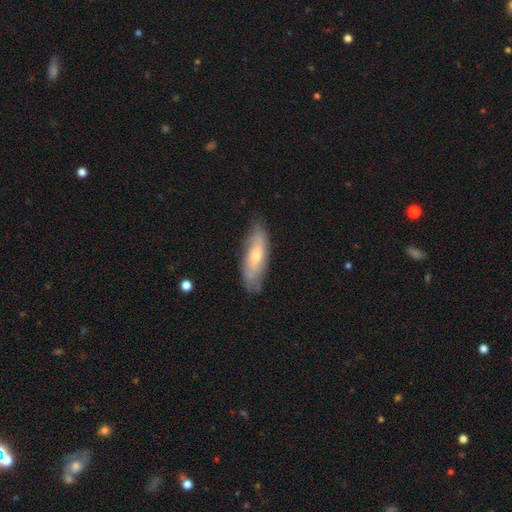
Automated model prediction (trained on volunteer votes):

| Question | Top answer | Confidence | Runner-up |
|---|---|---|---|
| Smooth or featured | smooth | 47% | tied: featured or disk (47%) |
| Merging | none | 74% | minor disturbance (20%) |